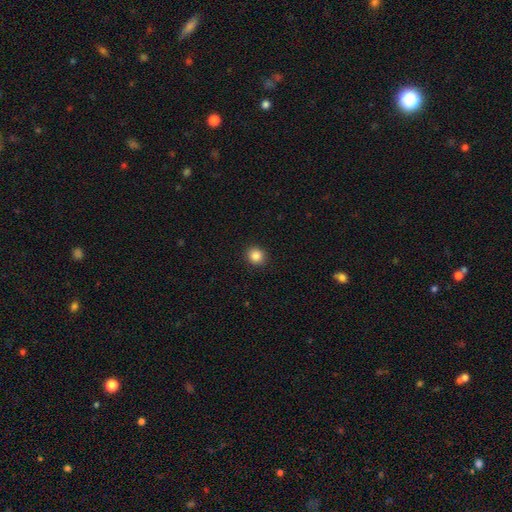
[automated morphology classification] This appears to be a smooth galaxy with no disk features (87%) that is round (88%). Merging: none (92%).